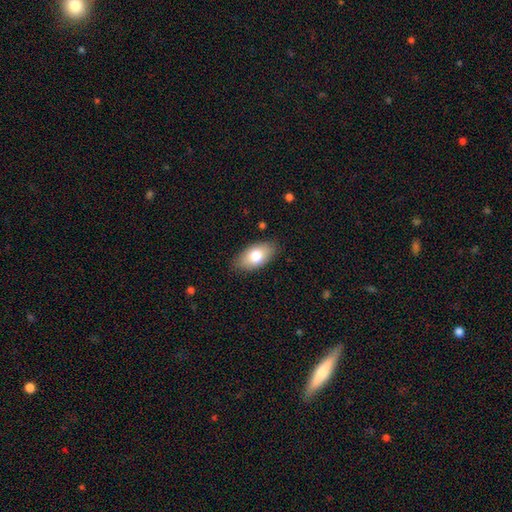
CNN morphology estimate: Smooth or featured? smooth (78%)
How rounded? in between (93%)
Merging? none (85%)